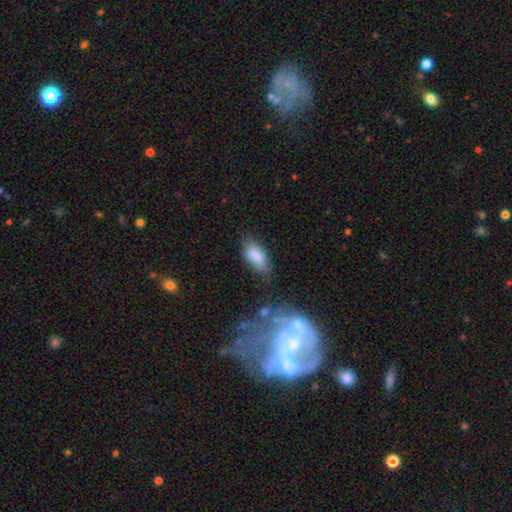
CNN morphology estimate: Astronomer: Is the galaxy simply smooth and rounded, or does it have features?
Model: smooth — 82%.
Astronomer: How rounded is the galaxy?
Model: in between — 88%.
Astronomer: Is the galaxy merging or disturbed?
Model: none — 53% (runner-up: minor disturbance, 31%).